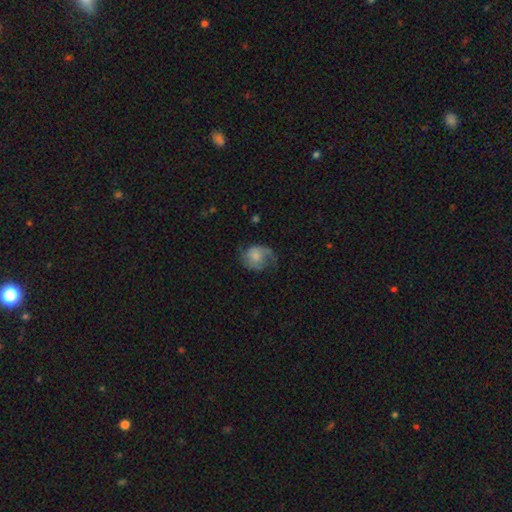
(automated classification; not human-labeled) Q: Smooth or featured?
A: featured or disk (54%); runner-up: smooth (38%)
Q: Edge-on disk?
A: no (98%); runner-up: yes (2%)
Q: Bar?
A: no (71%); runner-up: weak (26%)
Q: Spiral arms?
A: yes (87%); runner-up: no (13%)
Q: Bulge size?
A: moderate (33%); runner-up: small (32%)
Q: Merging?
A: none (51%); runner-up: minor disturbance (27%)